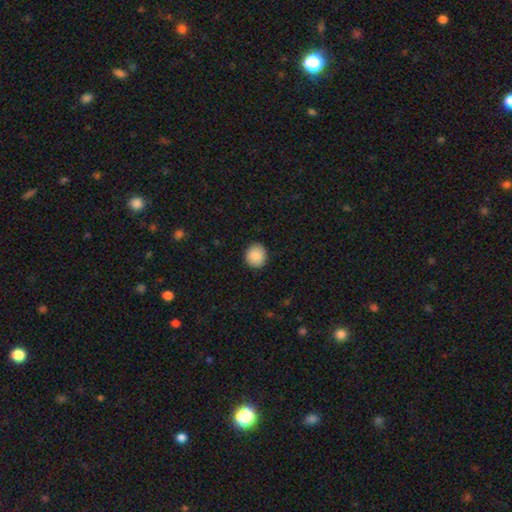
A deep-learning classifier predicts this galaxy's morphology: Smooth or featured: smooth — 87% (star or artifact — 8%)
How rounded: round — 89% (in between — 10%)
Merging: none — 91% (minor disturbance — 7%)